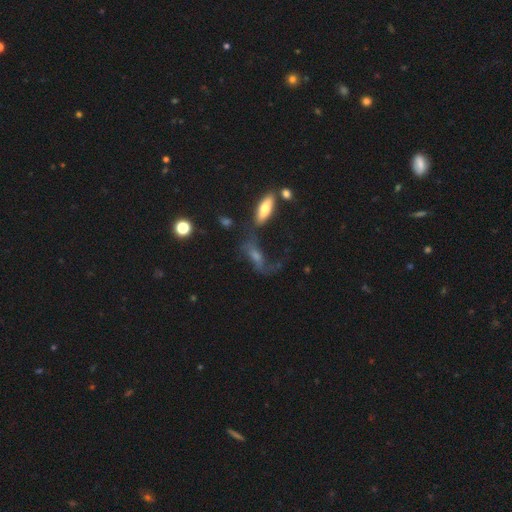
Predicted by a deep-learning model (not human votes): A featured or disk galaxy (51%).

Vote fractions:
- Smooth or featured? featured or disk: 51% / smooth: 33% / star or artifact: 16%
- Edge-on disk? no: 72% / yes: 28%
- Merging? none: 35% / major disturbance: 34% / minor disturbance: 18% / merger: 14%